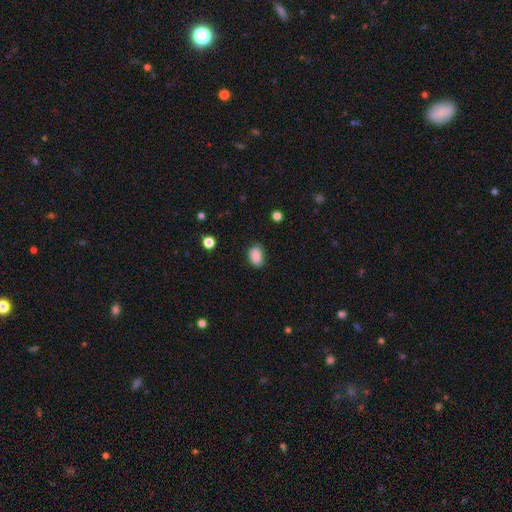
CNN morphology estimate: Smooth or featured? smooth (88%)
How rounded? in between (86%)
Merging? none (74%)